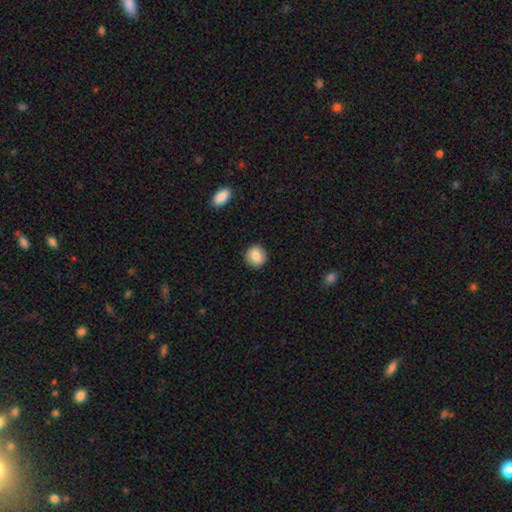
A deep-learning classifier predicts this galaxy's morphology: Q: Smooth or featured?
A: smooth (86%); runner-up: star or artifact (8%)
Q: How rounded?
A: round (84%); runner-up: in between (15%)
Q: Merging?
A: none (88%); runner-up: minor disturbance (8%)